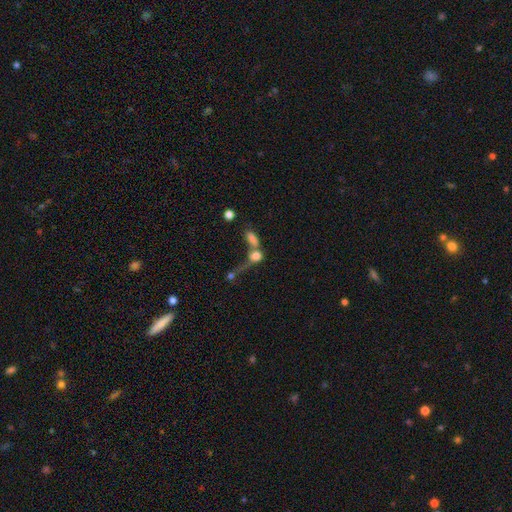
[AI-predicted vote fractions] This is likely a smooth galaxy (68%). How rounded: possibly in between (49%). Merging: possibly merger (57%).